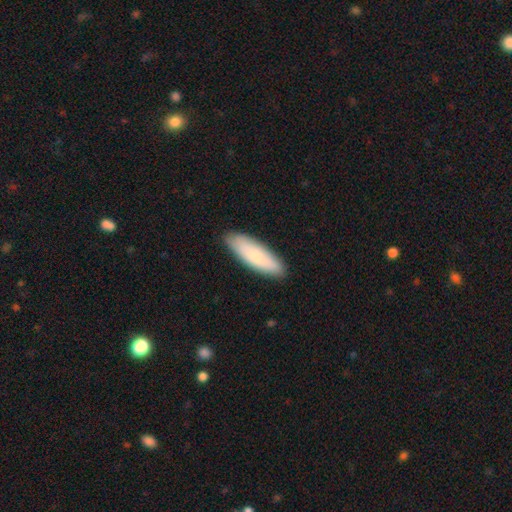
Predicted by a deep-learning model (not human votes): Morphology: type=smooth (79%); roundness=in between (49%, tied with cigar-shaped); merging=none (87%).